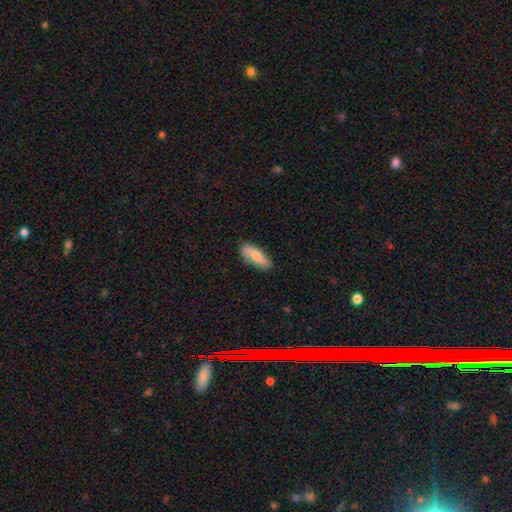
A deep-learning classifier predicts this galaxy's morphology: This appears to be a smooth galaxy with no disk features (71%) that is in between round and cigar-shaped (59%). Merging: none (81%).